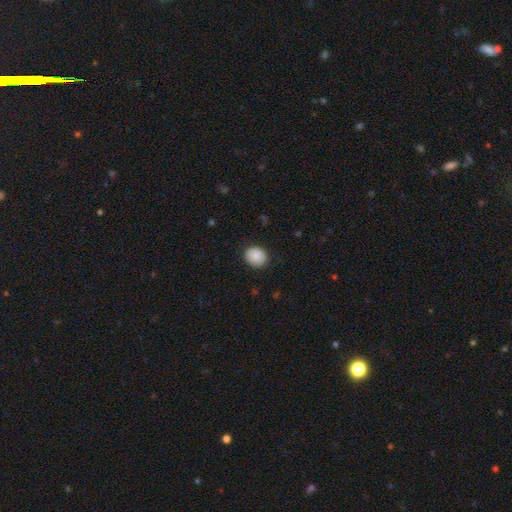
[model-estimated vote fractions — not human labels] A smooth galaxy with no disk features (89%) that is round (64%). Merging: none (87%).